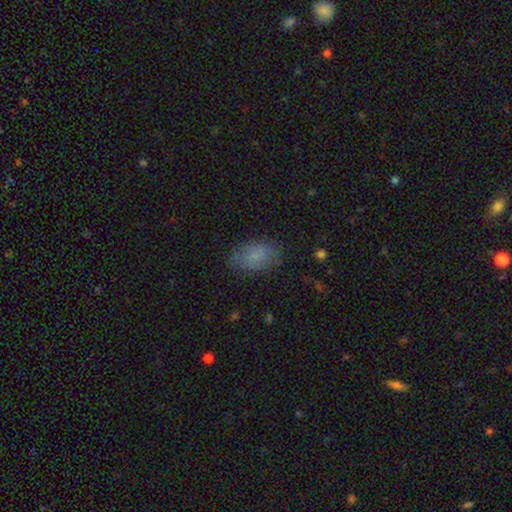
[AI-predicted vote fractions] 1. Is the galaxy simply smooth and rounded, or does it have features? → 82% smooth, 10% featured or disk, 8% star or artifact.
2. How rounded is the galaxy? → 91% in between, 7% round, 2% cigar-shaped.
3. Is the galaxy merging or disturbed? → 78% none, 16% minor disturbance, 5% major disturbance, 1% merger.